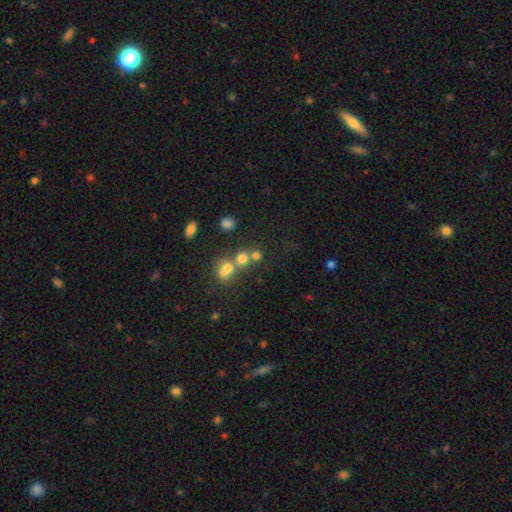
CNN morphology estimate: A smooth galaxy with no disk features (66%) that is round (87%).

Vote fractions:
- Smooth or featured? smooth: 66% / star or artifact: 21% / featured or disk: 13%
- How rounded? round: 87% / in between: 12% / cigar-shaped: 1%
- Merging? none: 50% / merger: 39% / minor disturbance: 7% / major disturbance: 4%